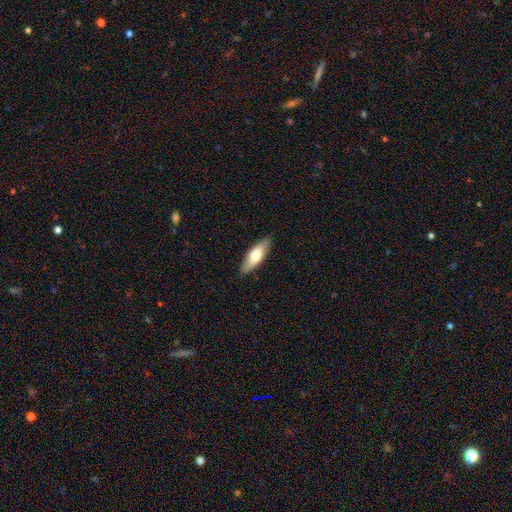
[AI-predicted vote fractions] Smooth or featured?
  - smooth: 65% *
  - featured or disk: 30%
  - star or artifact: 5%
How rounded?
  - in between: 52% *
  - cigar-shaped: 46%
  - round: 2%
Merging?
  - none: 88% *
  - minor disturbance: 9%
  - major disturbance: 2%
  - merger: 1%